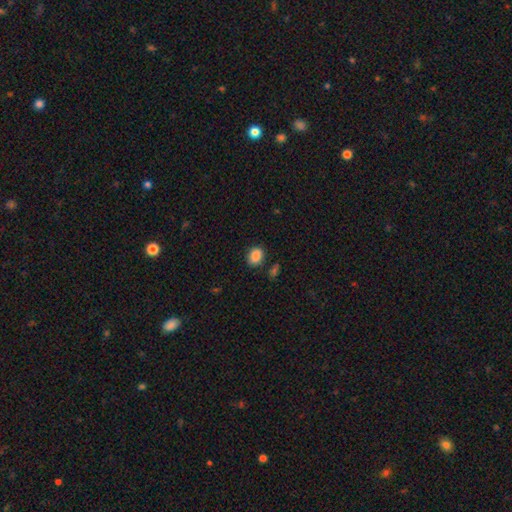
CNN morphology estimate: Q: Smooth or featured?
A: smooth (87%); runner-up: star or artifact (9%)
Q: How rounded?
A: in between (60%); runner-up: round (39%)
Q: Merging?
A: none (82%); runner-up: minor disturbance (11%)